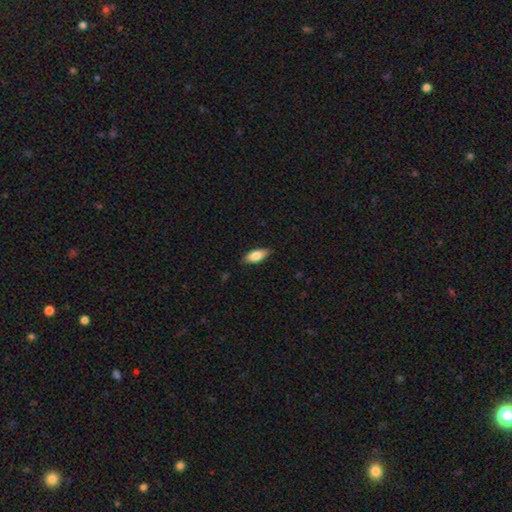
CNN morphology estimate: Q: Smooth or featured?
A: smooth (77%); runner-up: featured or disk (16%)
Q: How rounded?
A: in between (82%); runner-up: cigar-shaped (15%)
Q: Merging?
A: none (86%); runner-up: minor disturbance (11%)